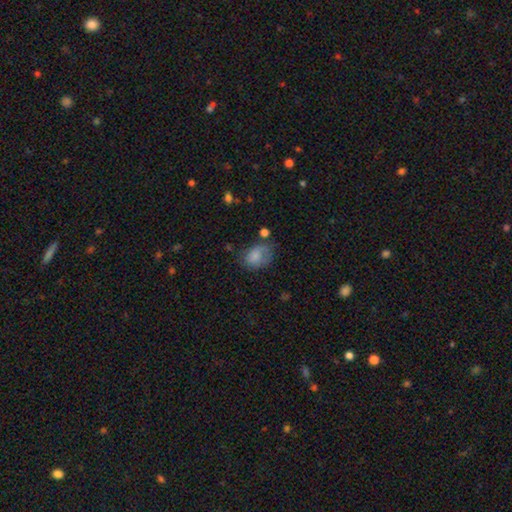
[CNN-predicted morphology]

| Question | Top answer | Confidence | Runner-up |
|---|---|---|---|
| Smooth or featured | smooth | 72% | featured or disk (18%) |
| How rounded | in between | 67% | round (32%) |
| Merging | none | 43% | minor disturbance (30%) |